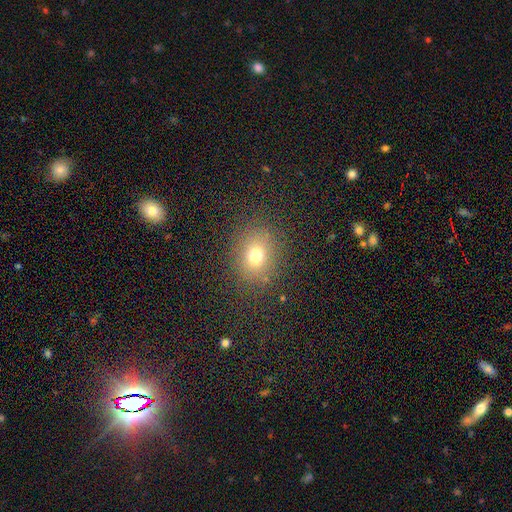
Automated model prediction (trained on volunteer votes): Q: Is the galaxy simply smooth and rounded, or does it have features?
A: smooth — 74%.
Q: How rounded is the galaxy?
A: in between — 50%.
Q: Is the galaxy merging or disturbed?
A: none — 84%.